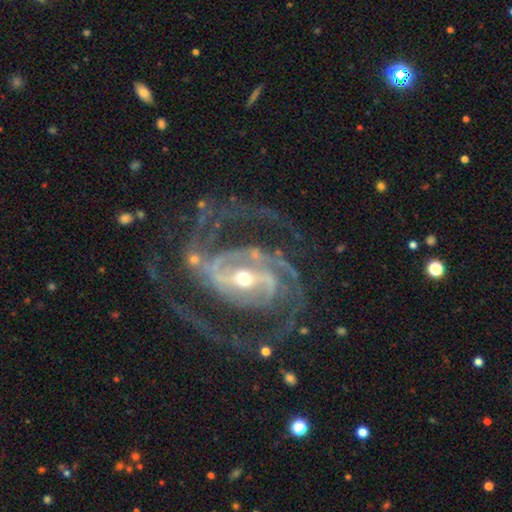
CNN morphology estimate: Smooth or featured: featured or disk — 93% (star or artifact — 4%)
Edge-on disk: no — 97% (yes — 3%)
Bar: strong — 56% (weak — 31%)
Spiral arms: yes — 98% (no — 2%)
Spiral winding: medium — 54% (tight — 30%)
Spiral arm count: 2 — 51% (3 — 20%)
Bulge size: moderate — 53% (small — 43%)
Merging: none — 63% (major disturbance — 18%)